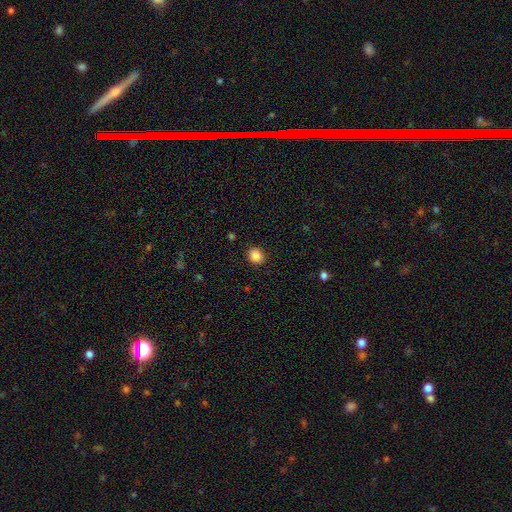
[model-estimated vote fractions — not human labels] A smooth galaxy with no disk features (88%) that is round (70%).

Vote fractions:
- Smooth or featured? smooth: 88% / star or artifact: 10% / featured or disk: 3%
- How rounded? round: 70% / in between: 30% / cigar-shaped: 1%
- Merging? none: 90% / minor disturbance: 7% / major disturbance: 2% / merger: 1%